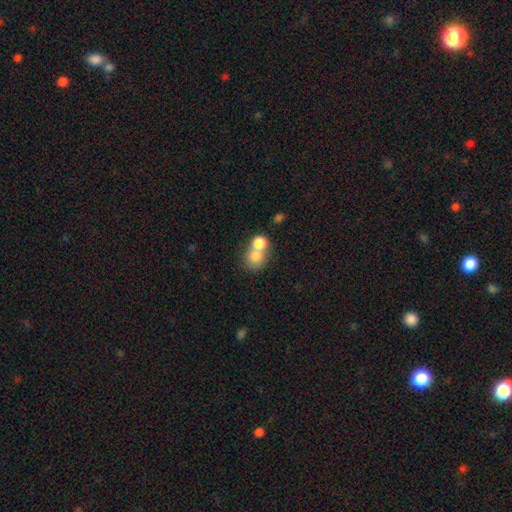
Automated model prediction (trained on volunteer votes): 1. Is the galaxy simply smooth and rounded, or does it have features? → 76% smooth, 14% featured or disk, 10% star or artifact.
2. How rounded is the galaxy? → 72% round, 27% in between, 1% cigar-shaped.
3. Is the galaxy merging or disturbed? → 58% merger, 31% none, 7% minor disturbance, 4% major disturbance.